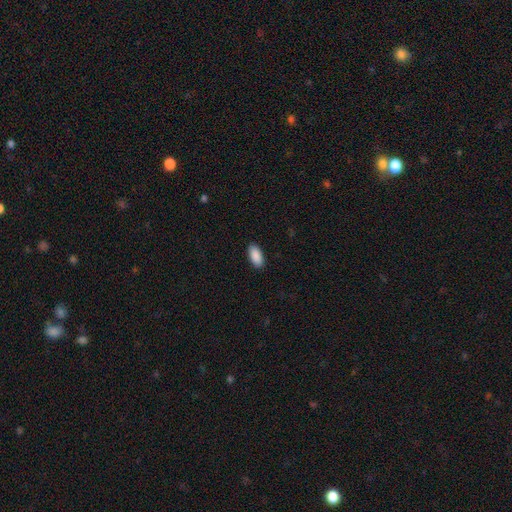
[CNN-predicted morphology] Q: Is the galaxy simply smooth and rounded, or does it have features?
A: smooth — 91%.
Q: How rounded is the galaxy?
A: in between — 93%.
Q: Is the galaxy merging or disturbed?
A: none — 90%.